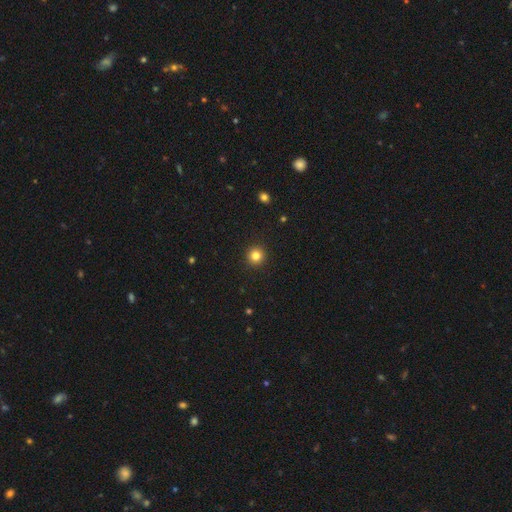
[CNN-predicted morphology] The model was most divided on "smooth or featured": smooth: 82%, star or artifact: 13%, featured or disk: 6%. More confident: how rounded — round (95%); merging — none (93%).